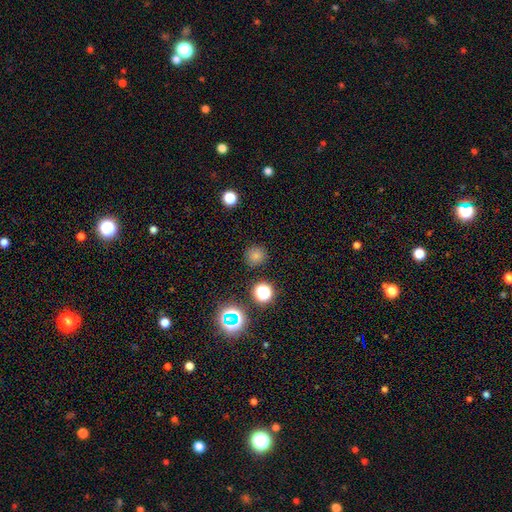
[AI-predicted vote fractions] This appears to be a smooth galaxy with no disk features (74%) that is round (93%). Merging: none (88%).